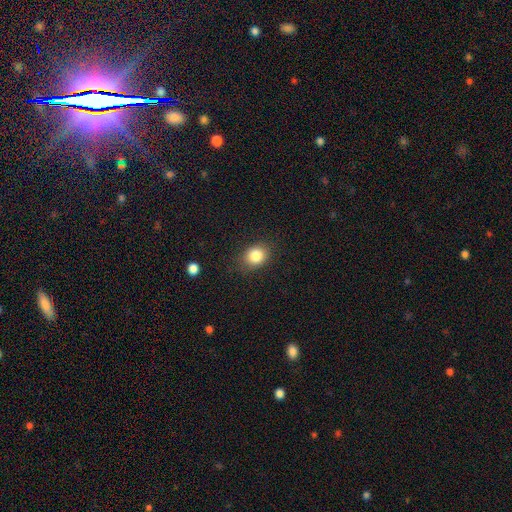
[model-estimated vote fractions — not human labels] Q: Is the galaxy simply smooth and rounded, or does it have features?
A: smooth — 84%.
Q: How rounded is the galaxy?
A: round — 60%.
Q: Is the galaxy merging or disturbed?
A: none — 82%.